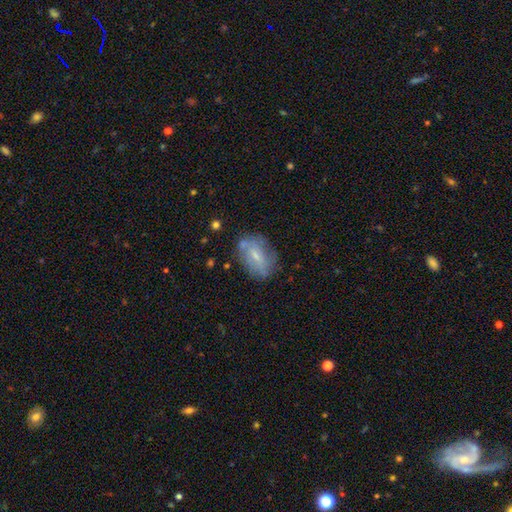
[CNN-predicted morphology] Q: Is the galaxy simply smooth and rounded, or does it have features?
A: smooth — 48%.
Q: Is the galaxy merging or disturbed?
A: none — 64%.